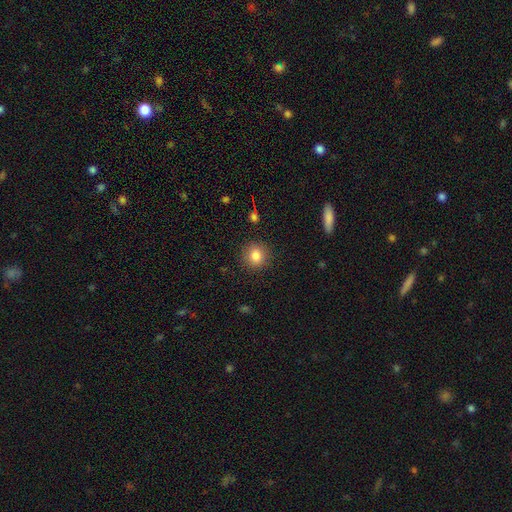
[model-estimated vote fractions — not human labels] Smooth or featured? Predicted: smooth (p=0.84). How rounded? Predicted: round (p=0.85). Merging? Predicted: none (p=0.89).